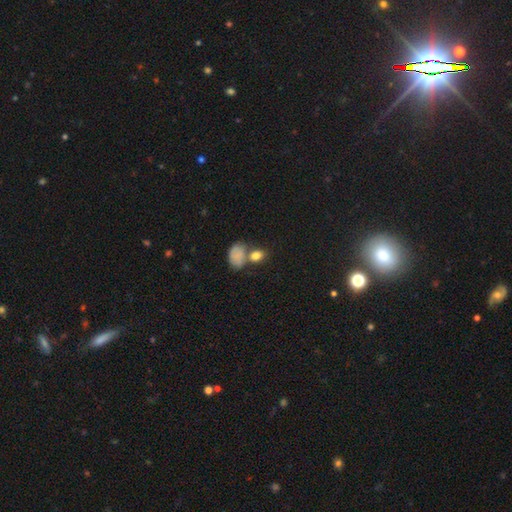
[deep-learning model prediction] This appears to be a smooth galaxy with no disk features (81%) that is in between round and cigar-shaped (64%). Merging: none (48%).